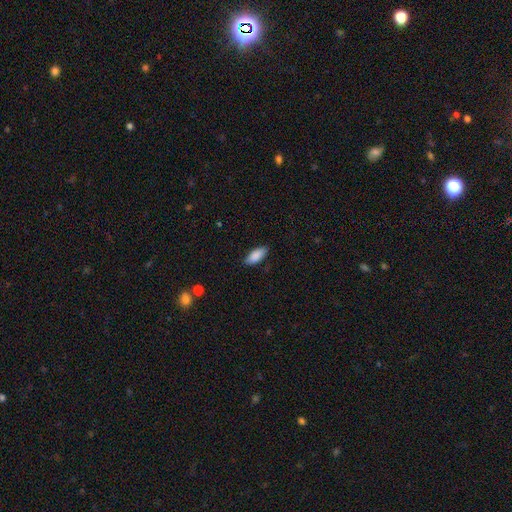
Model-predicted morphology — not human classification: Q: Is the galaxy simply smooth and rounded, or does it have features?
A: smooth — 88%.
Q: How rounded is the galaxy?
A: in between — 85%.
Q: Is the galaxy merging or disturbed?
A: none — 85%.